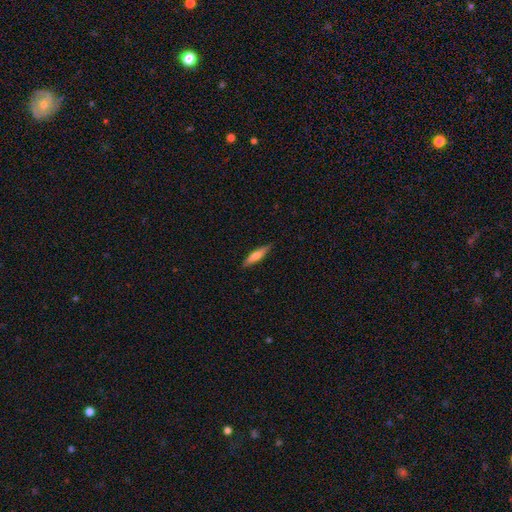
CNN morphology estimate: smooth 64%, featured or disk 30%, star or artifact 6%. Down the decision tree: how rounded — cigar-shaped (80%); merging — none (89%).